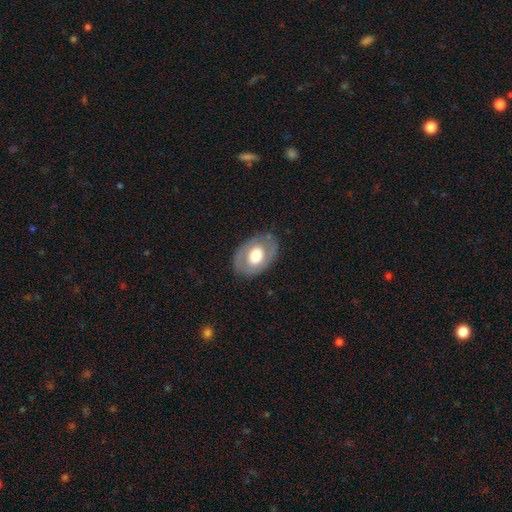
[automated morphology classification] smooth 48%, featured or disk 46%, star or artifact 6%. Down the decision tree: merging — none (79%).